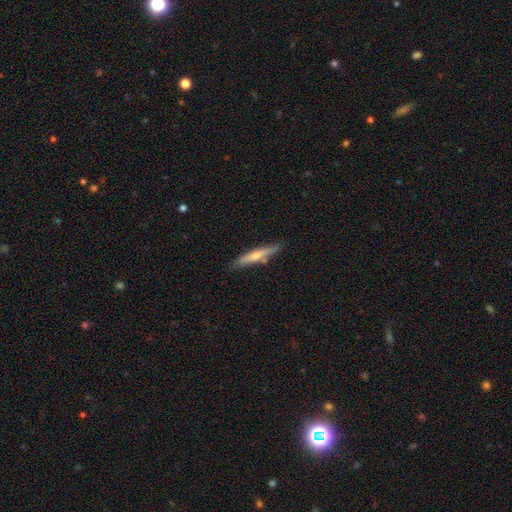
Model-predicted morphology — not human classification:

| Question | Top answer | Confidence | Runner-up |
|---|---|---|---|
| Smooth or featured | smooth | 52% | featured or disk (43%) |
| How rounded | cigar-shaped | 91% | in between (8%) |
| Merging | none | 82% | minor disturbance (12%) |